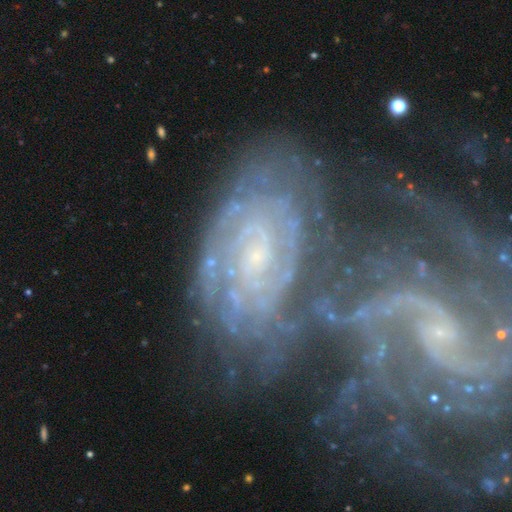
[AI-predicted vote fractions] Smooth or featured? Predicted: featured or disk (p=0.85). Edge-on disk? Predicted: no (p=0.96). Bar? Predicted: no (p=0.47). Spiral arms? Predicted: yes (p=0.93). Spiral winding? Predicted: tight (p=0.65). Spiral arm count? Predicted: can't tell (p=0.38). Bulge size? Predicted: small (p=0.72). Merging? Predicted: merger (p=0.55).